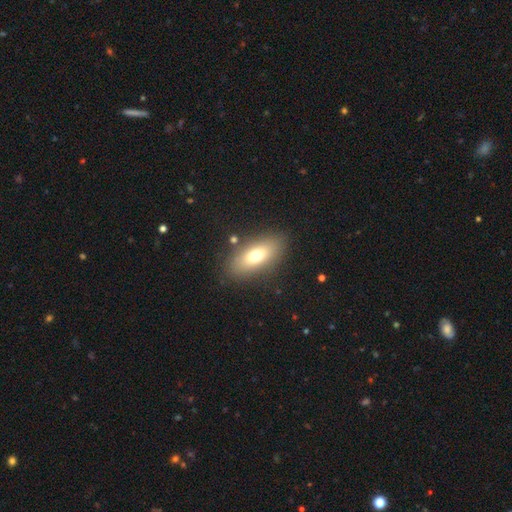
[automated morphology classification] The model was most divided on "smooth or featured": smooth: 70%, featured or disk: 21%, star or artifact: 9%. More confident: merging — none (84%); how rounded — in between (81%).